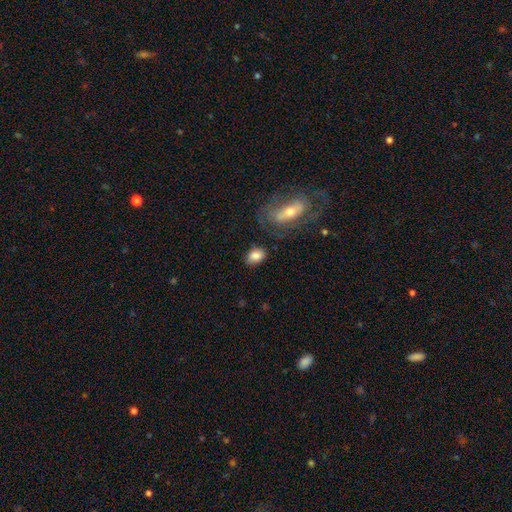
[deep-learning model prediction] Smooth or featured: smooth — 81% (featured or disk — 11%)
How rounded: in between — 80% (round — 18%)
Merging: none — 75% (minor disturbance — 16%)